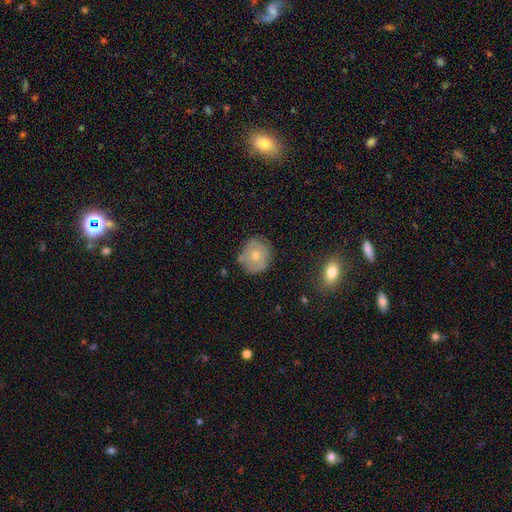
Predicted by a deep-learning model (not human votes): smooth-or-featured: smooth: 53% | featured or disk: 39% | star or artifact: 9%
  how-rounded: round: 87% | in between: 12% | cigar-shaped: 1%
  merging: none: 74% | minor disturbance: 19% | major disturbance: 5% | merger: 3%